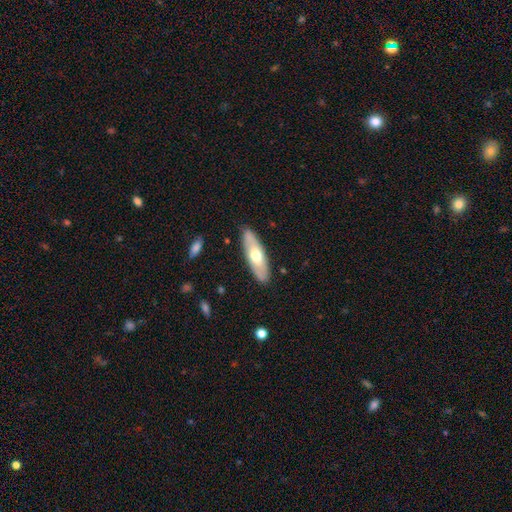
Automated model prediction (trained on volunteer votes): Overall: featured or disk (47%, tied with smooth). Merging: none (86%).